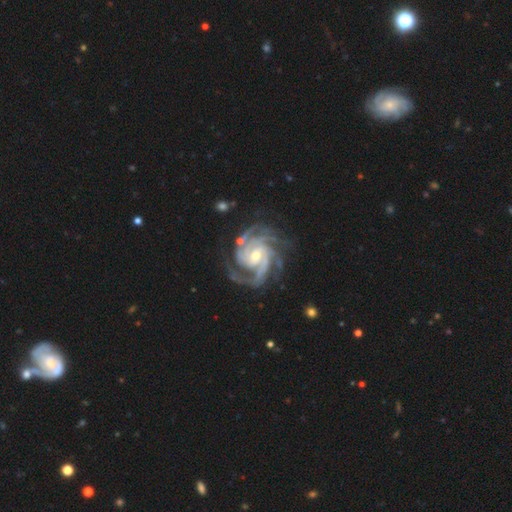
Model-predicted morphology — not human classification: Overall: featured or disk (93%). Edge-on disk: no (98%). Bar: no (52%; weak 34%). Spiral arms: yes (99%). Spiral arm count: 4 (35%; 3 26%). Spiral winding: tight (65%; medium 31%). Bulge size: small (50%; moderate 46%). Merging: none (75%).